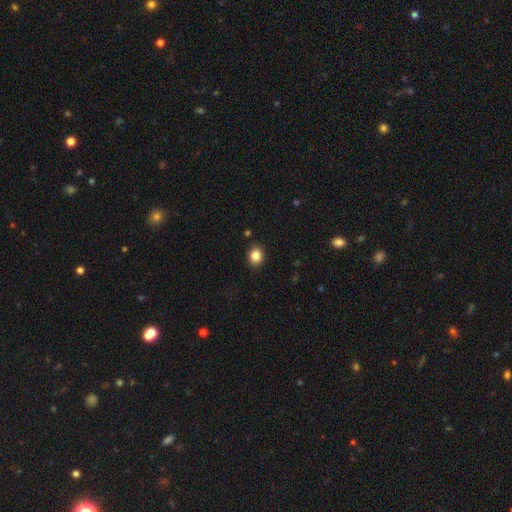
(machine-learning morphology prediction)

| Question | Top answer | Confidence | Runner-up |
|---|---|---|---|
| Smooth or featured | smooth | 85% | star or artifact (10%) |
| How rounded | round | 63% | in between (36%) |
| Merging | none | 89% | minor disturbance (8%) |